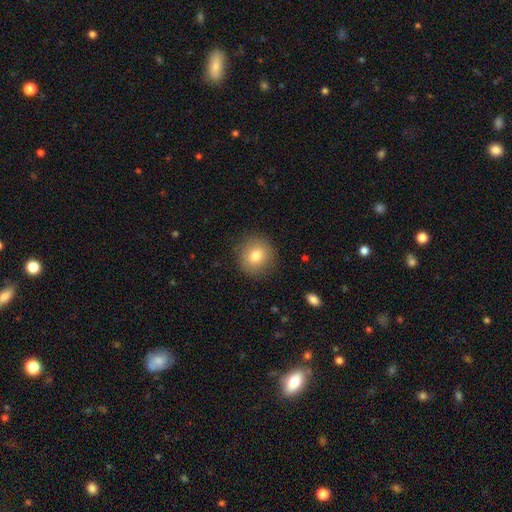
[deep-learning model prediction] Morphology: type=smooth (80%); roundness=round (87%); merging=none (88%).